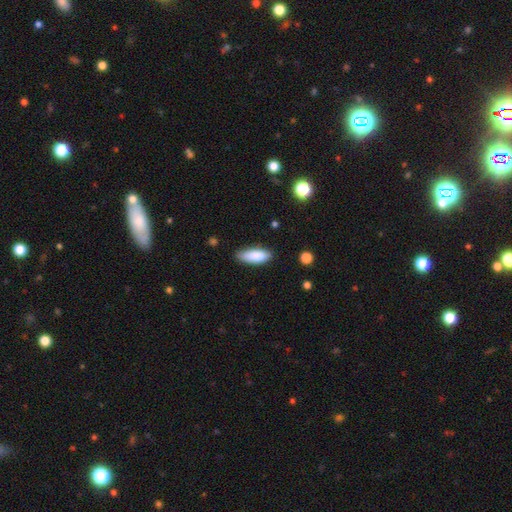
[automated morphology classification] Smooth or featured: smooth — 87% (featured or disk — 7%)
How rounded: in between — 74% (cigar-shaped — 25%)
Merging: none — 83% (minor disturbance — 14%)